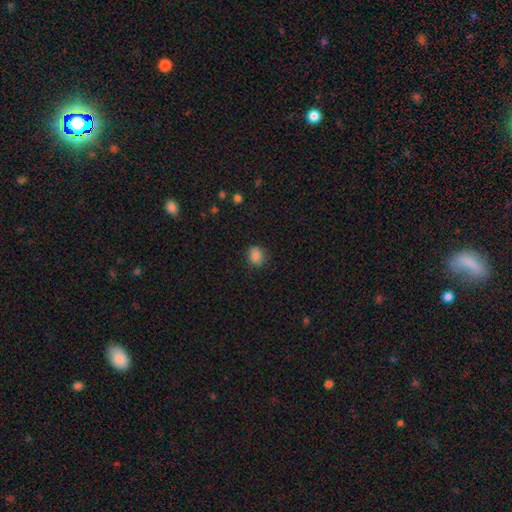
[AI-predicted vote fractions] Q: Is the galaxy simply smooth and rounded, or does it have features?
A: smooth — 84%.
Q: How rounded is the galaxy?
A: round — 69%.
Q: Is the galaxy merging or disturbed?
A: none — 85%.